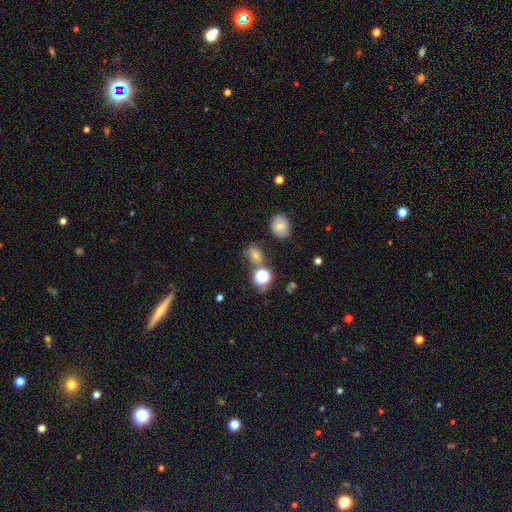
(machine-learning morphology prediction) A smooth galaxy with no disk features (53%) that is round (67%). Merging: none (68%).